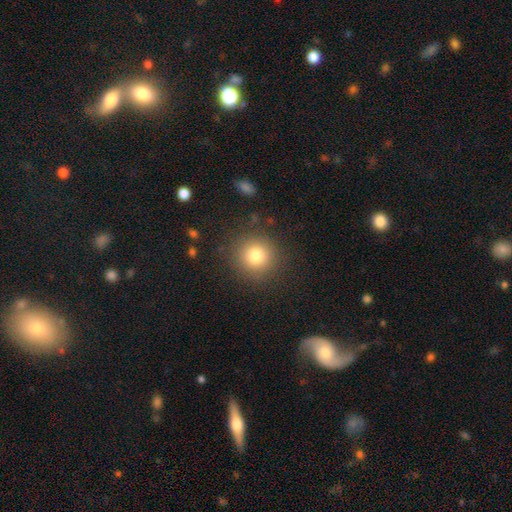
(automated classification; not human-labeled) The model was most divided on "smooth or featured": smooth: 79%, star or artifact: 12%, featured or disk: 9%. More confident: how rounded — round (93%); merging — none (88%).